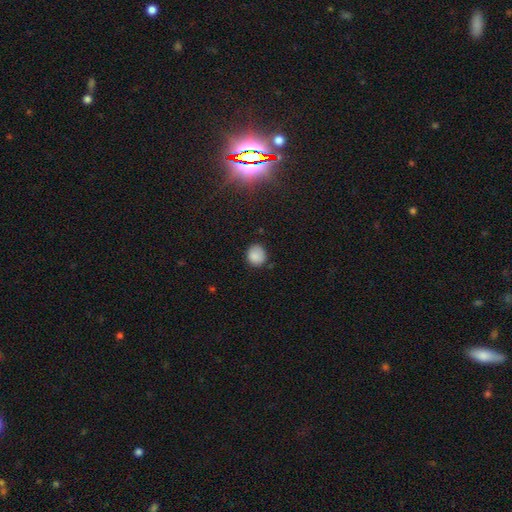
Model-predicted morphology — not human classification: This is clearly a smooth galaxy (85%). How rounded: clearly round (81%). Merging: likely none (77%).